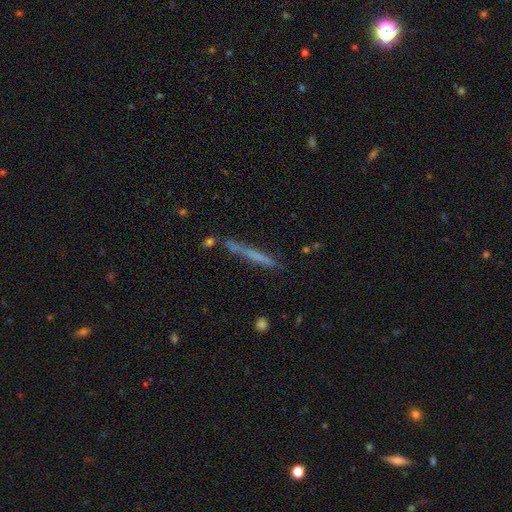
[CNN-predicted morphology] Q: Smooth or featured?
A: smooth (51%); runner-up: featured or disk (41%)
Q: How rounded?
A: cigar-shaped (96%); runner-up: in between (2%)
Q: Merging?
A: none (78%); runner-up: minor disturbance (14%)